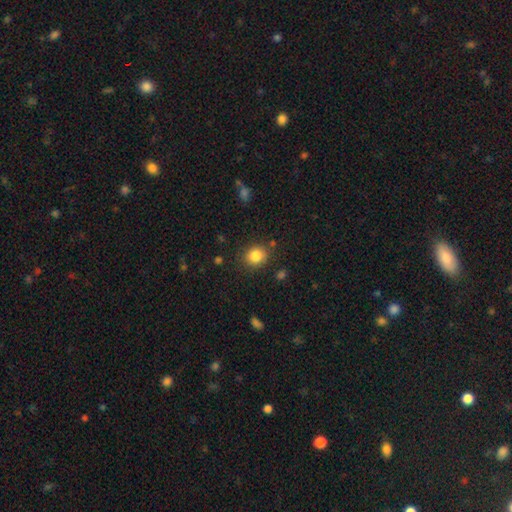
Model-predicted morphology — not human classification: This is clearly a smooth galaxy (84%). How rounded: likely round (69%). Merging: clearly none (83%).